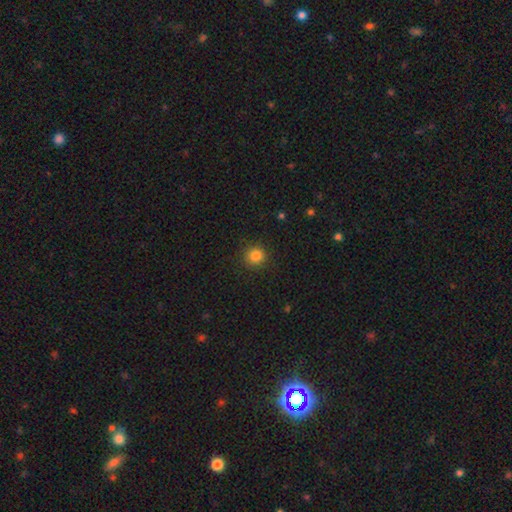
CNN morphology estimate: This is clearly a smooth galaxy (83%). How rounded: clearly round (93%). Merging: clearly none (91%).